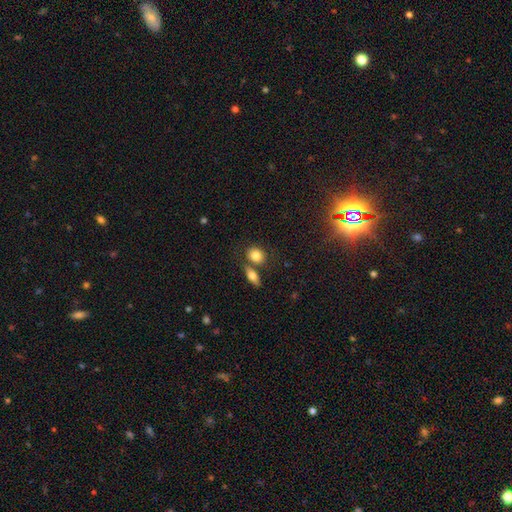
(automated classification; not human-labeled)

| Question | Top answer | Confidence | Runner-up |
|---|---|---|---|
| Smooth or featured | smooth | 81% | featured or disk (11%) |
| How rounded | round | 49% | in between (48%) |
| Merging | none | 60% | merger (26%) |